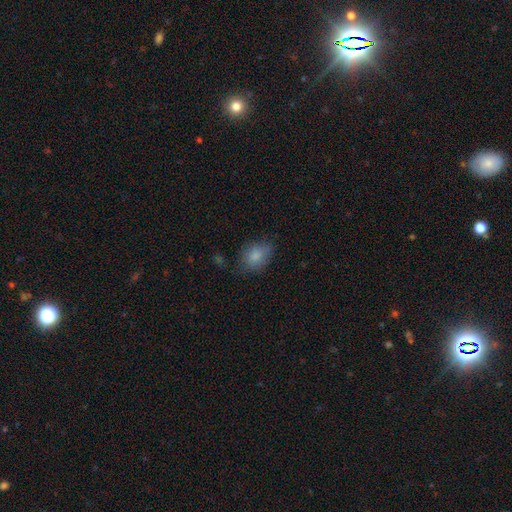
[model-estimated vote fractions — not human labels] smooth_or_featured: smooth (p=0.82) [alt: star or artifact p=0.09]
how_rounded: in between (p=0.69) [alt: round p=0.30]
merging: none (p=0.64) [alt: minor disturbance p=0.25]